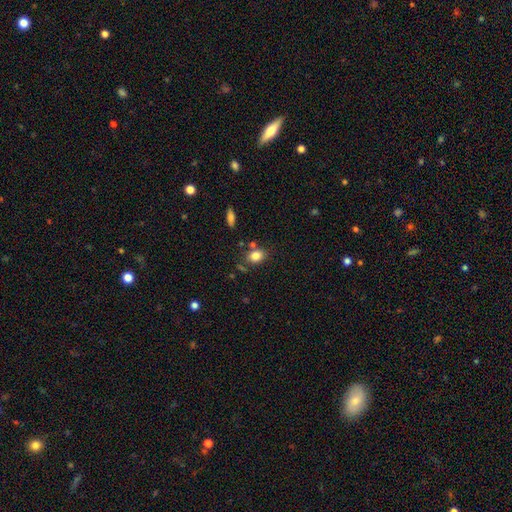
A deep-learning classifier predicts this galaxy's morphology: This is clearly a smooth galaxy (82%). How rounded: likely in between (64%). Merging: likely none (72%).